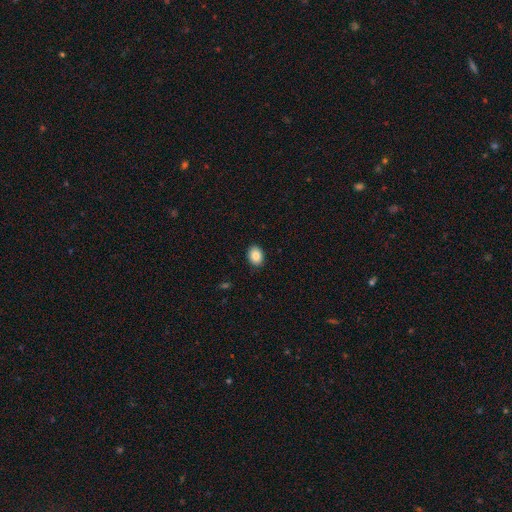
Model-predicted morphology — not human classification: smooth 87%, star or artifact 8%, featured or disk 5%. Down the decision tree: how rounded — in between (64%); merging — none (90%).